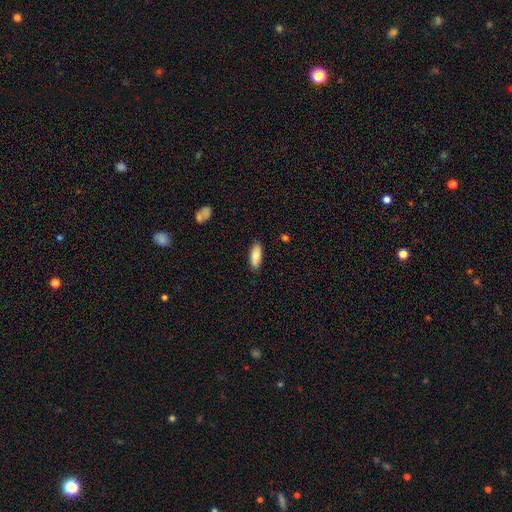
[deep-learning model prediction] smooth 81%, featured or disk 13%, star or artifact 6%. Down the decision tree: how rounded — in between (76%); merging — none (85%).